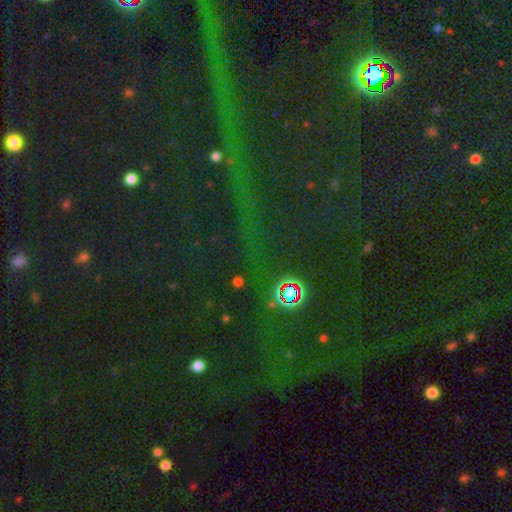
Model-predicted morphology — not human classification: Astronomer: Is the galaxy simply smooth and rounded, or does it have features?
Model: star or artifact — 81%.